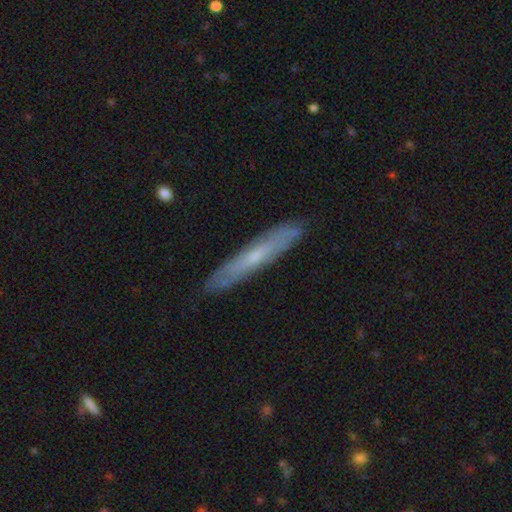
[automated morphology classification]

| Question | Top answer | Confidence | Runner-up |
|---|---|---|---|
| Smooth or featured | featured or disk | 55% | smooth (39%) |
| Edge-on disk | yes | 78% | no (22%) |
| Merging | none | 87% | minor disturbance (10%) |